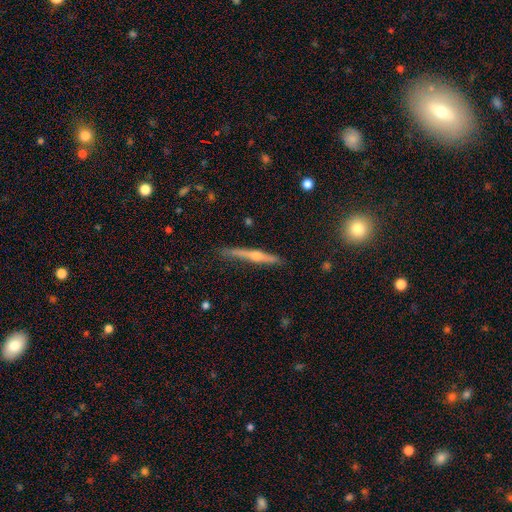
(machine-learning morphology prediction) type=featured or disk (68%); edge-on=yes (97%); edge-on bulge=rounded (86%); merging=none (82%).